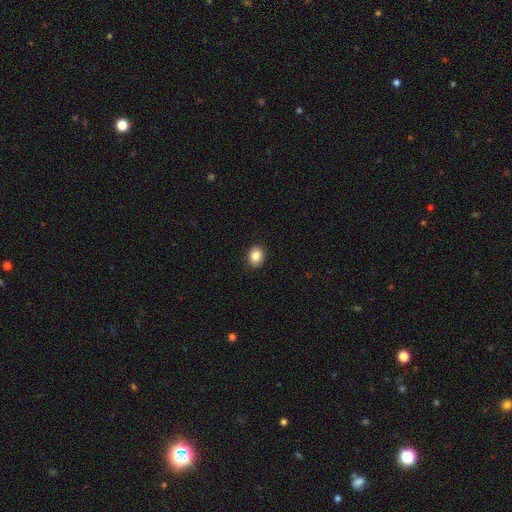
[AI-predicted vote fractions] A smooth galaxy with no disk features (85%) that is in between round and cigar-shaped (50%).

Vote fractions:
- Smooth or featured? smooth: 85% / star or artifact: 9% / featured or disk: 5%
- How rounded? in between: 50% / round: 49% / cigar-shaped: 1%
- Merging? none: 90% / minor disturbance: 7% / major disturbance: 2% / merger: 1%